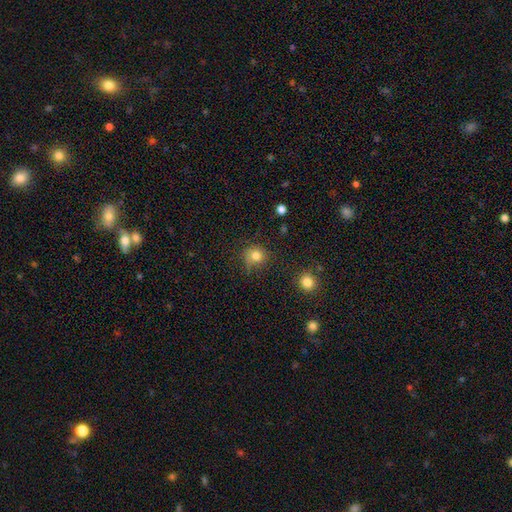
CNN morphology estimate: Smooth or featured: smooth — 80% (star or artifact — 13%)
How rounded: round — 87% (in between — 12%)
Merging: none — 69% (minor disturbance — 21%)